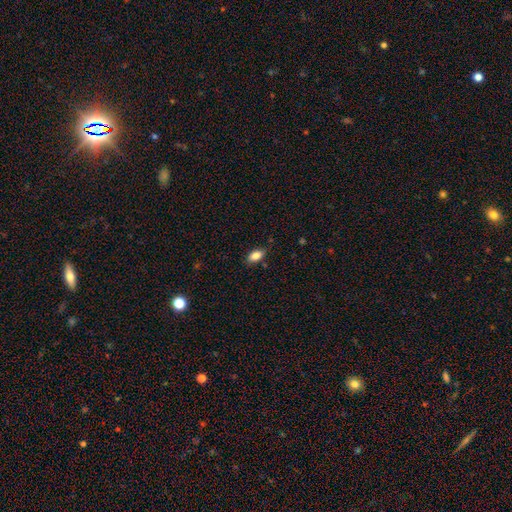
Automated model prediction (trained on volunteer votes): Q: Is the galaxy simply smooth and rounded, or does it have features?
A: smooth — 86%.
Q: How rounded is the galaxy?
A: in between — 90%.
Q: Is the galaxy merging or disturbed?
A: none — 81%.